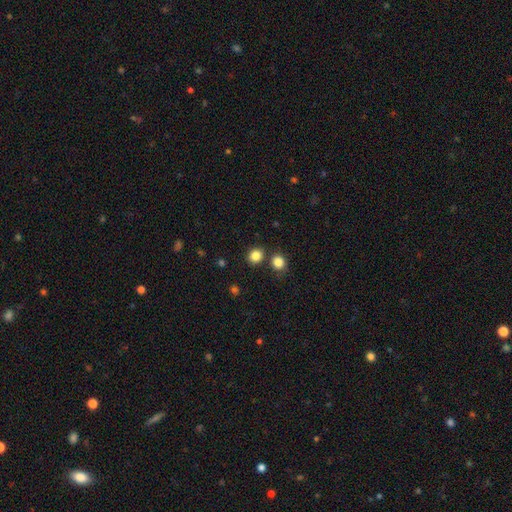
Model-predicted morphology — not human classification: A smooth galaxy with no disk features (84%) that is round (81%). Merging: none (79%).